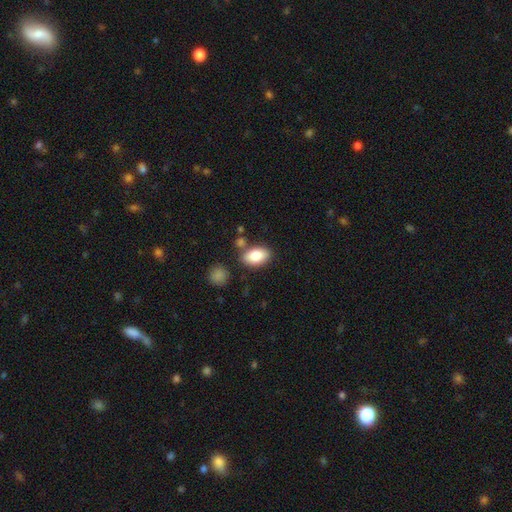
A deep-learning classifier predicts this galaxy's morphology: This is clearly a smooth galaxy (83%). How rounded: clearly in between (90%). Merging: likely none (74%).